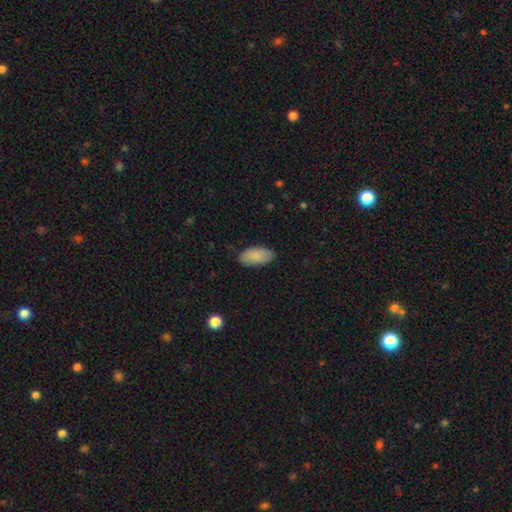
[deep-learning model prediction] The model was most divided on "merging": none: 85%, minor disturbance: 12%, major disturbance: 2%, merger: 1%. More confident: how rounded — in between (94%); smooth or featured — smooth (88%).